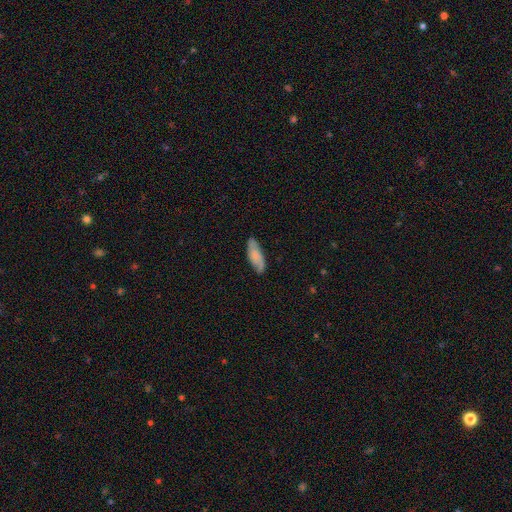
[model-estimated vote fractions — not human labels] This appears to be a smooth galaxy with no disk features (63%) that is in between round and cigar-shaped (70%). Merging: none (78%).